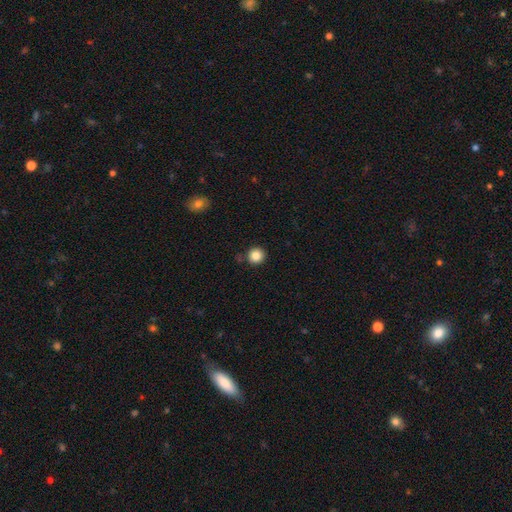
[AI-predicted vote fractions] Overall: smooth (85%). How rounded: round (94%). Merging: none (87%).